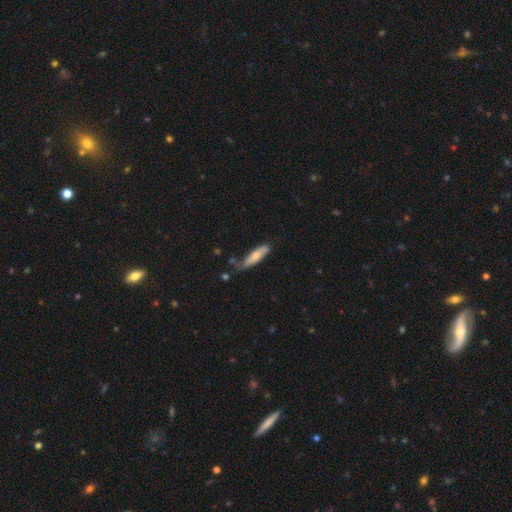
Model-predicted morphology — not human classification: Smooth or featured? Predicted: smooth (p=0.72). How rounded? Predicted: cigar-shaped (p=0.72). Merging? Predicted: none (p=0.59).